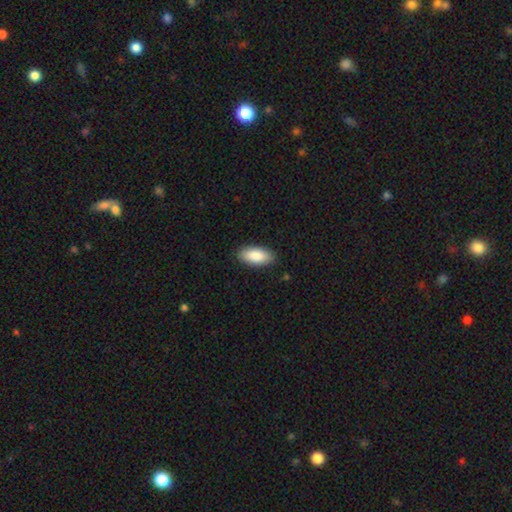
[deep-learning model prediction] Morphology: type=smooth (87%); roundness=in between (90%); merging=none (88%).